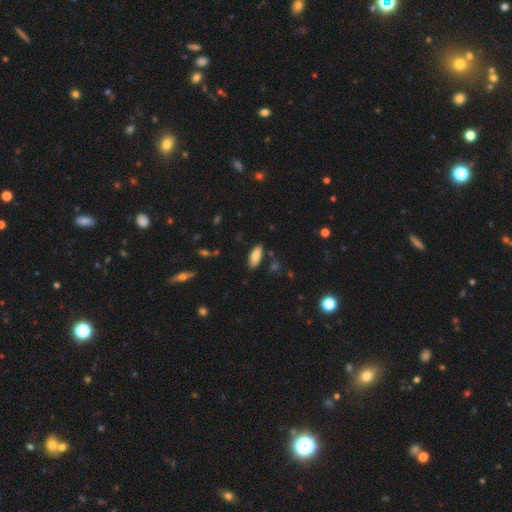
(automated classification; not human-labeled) A smooth galaxy with no disk features (84%) that is in between round and cigar-shaped (82%). Merging: none (83%).